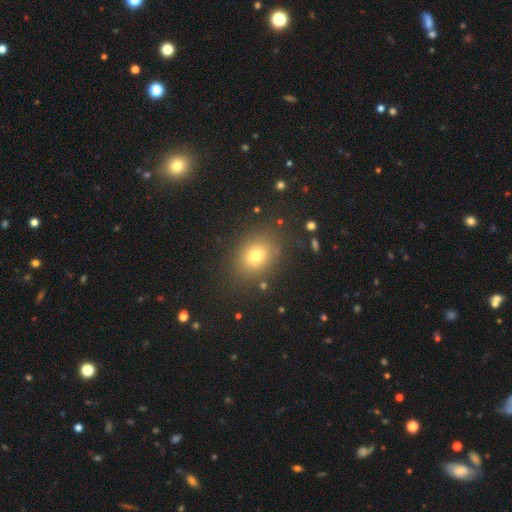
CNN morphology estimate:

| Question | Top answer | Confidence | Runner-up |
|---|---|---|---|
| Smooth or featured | smooth | 73% | star or artifact (17%) |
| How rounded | in between | 53% | round (46%) |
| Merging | none | 85% | minor disturbance (9%) |